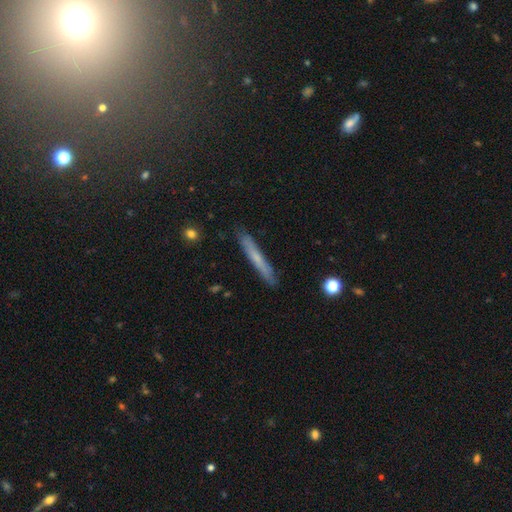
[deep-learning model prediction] featured or disk 43%, smooth 41%, star or artifact 15%. Down the decision tree: merging — none (86%).